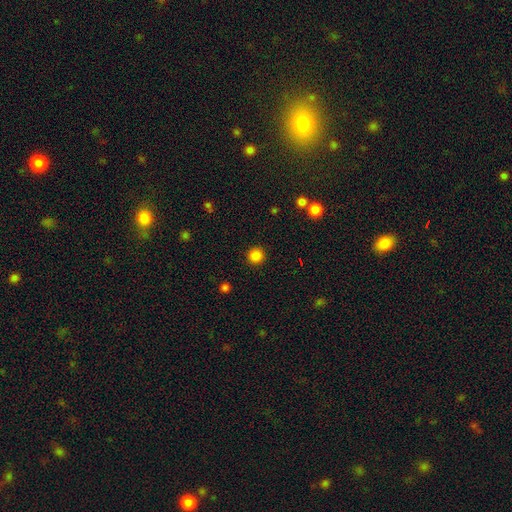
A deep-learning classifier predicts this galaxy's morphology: A smooth galaxy with no disk features (85%) that is round (95%). Merging: none (92%).